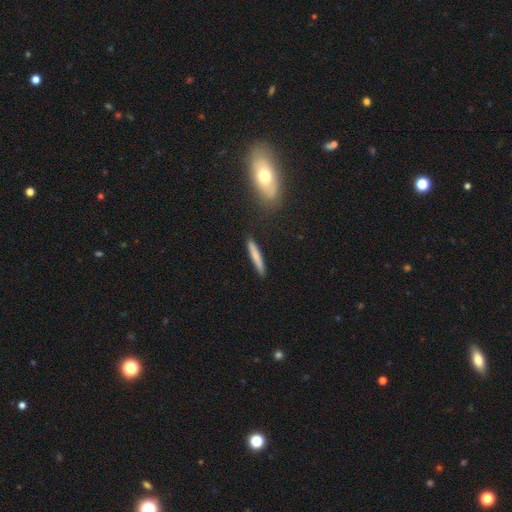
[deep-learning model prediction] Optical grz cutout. It shows a smooth galaxy with no disk features (73%) that is cigar-shaped (94%). Merging: none (86%).